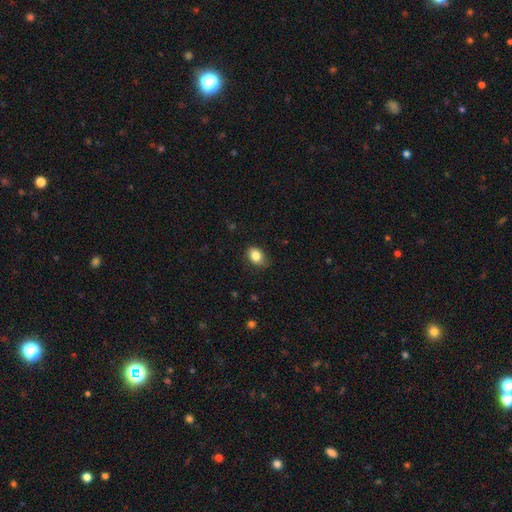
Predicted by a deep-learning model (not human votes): A smooth galaxy with no disk features (85%) that is in between round and cigar-shaped (72%). Merging: none (79%).